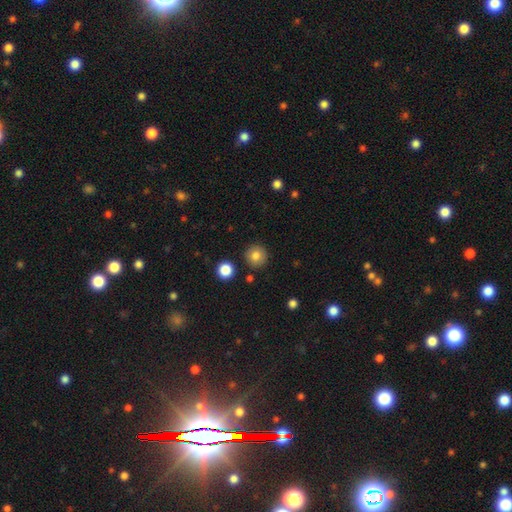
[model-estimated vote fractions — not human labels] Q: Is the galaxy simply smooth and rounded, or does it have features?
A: smooth — 82%.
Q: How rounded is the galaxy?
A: round — 93%.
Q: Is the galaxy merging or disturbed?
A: none — 89%.